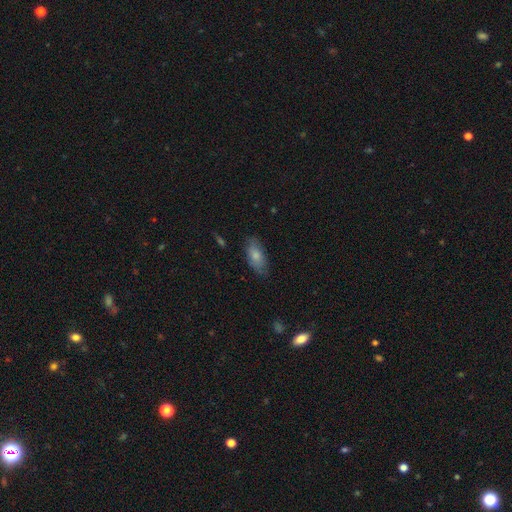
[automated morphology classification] smooth_or_featured: smooth (p=0.77) [alt: featured or disk p=0.16]
how_rounded: in between (p=0.88) [alt: cigar-shaped p=0.09]
merging: none (p=0.74) [alt: minor disturbance p=0.20]